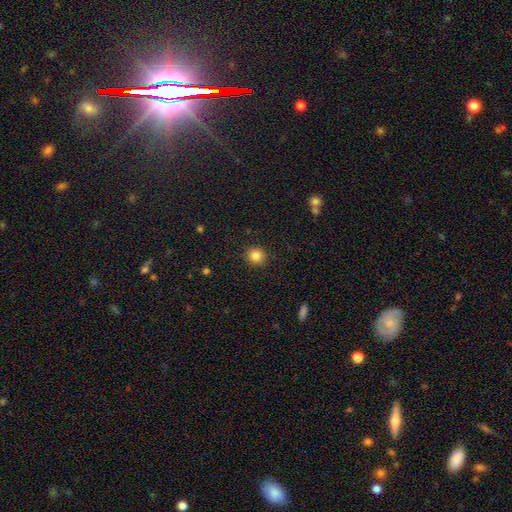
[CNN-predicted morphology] type=smooth (83%); roundness=round (90%); merging=none (92%).